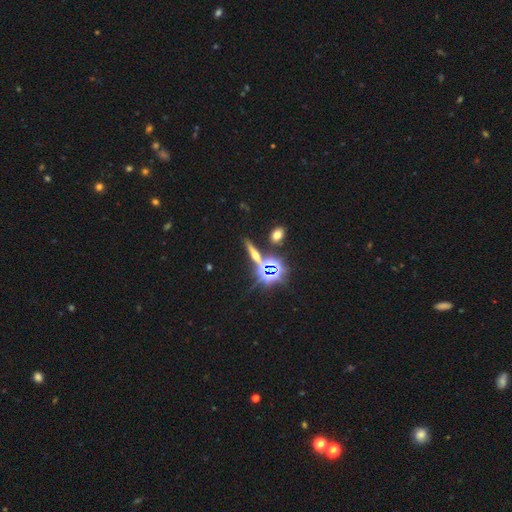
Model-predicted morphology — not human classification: A star or artifact, not a galaxy (39%).